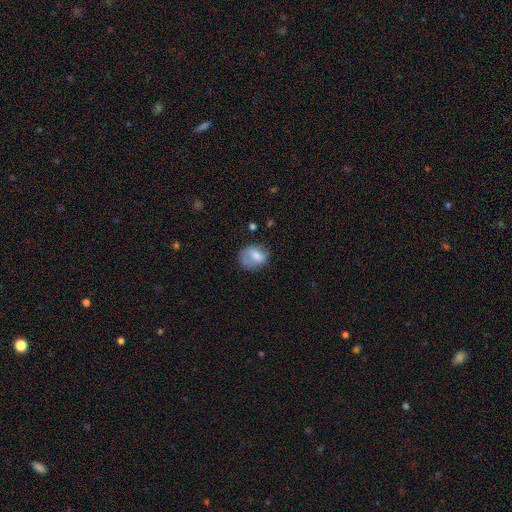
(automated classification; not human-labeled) Q: Smooth or featured?
A: smooth (65%); runner-up: featured or disk (26%)
Q: How rounded?
A: round (51%); runner-up: in between (48%)
Q: Merging?
A: none (52%); runner-up: minor disturbance (28%)